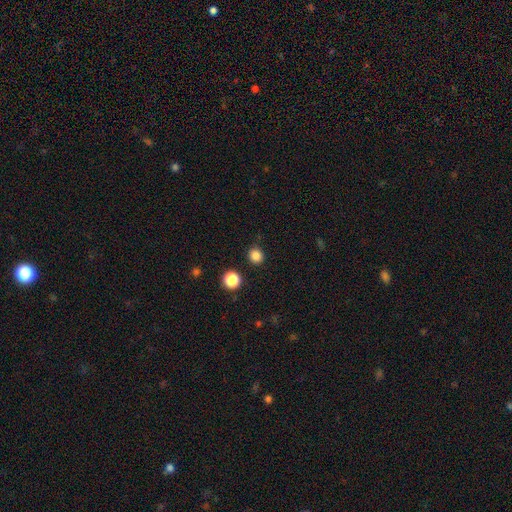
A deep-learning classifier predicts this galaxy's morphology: This is clearly a smooth galaxy (84%). How rounded: clearly round (87%). Merging: clearly none (90%).